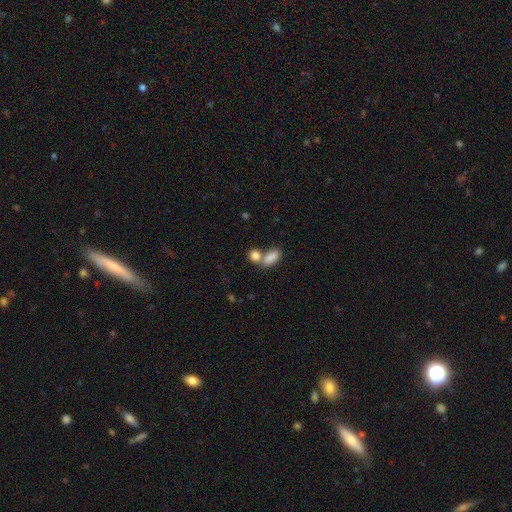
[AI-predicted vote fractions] This is clearly a smooth galaxy (85%). How rounded: likely in between (71%). Merging: possibly merger (52%).